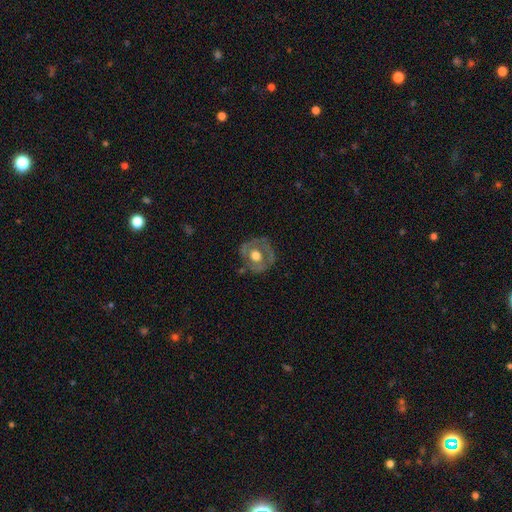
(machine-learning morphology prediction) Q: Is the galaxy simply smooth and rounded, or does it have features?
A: featured or disk — 57%.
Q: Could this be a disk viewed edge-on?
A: no — 95%.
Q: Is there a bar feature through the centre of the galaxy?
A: no — 84%.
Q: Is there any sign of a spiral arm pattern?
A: no — 78%.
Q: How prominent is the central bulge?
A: moderate — 51%.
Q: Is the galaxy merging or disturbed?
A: none — 71%.